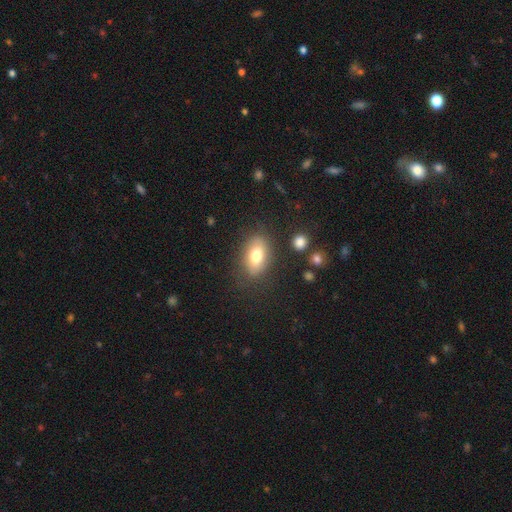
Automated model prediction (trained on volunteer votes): Q: Smooth or featured?
A: smooth (76%); runner-up: featured or disk (16%)
Q: How rounded?
A: in between (87%); runner-up: round (10%)
Q: Merging?
A: none (79%); runner-up: minor disturbance (13%)